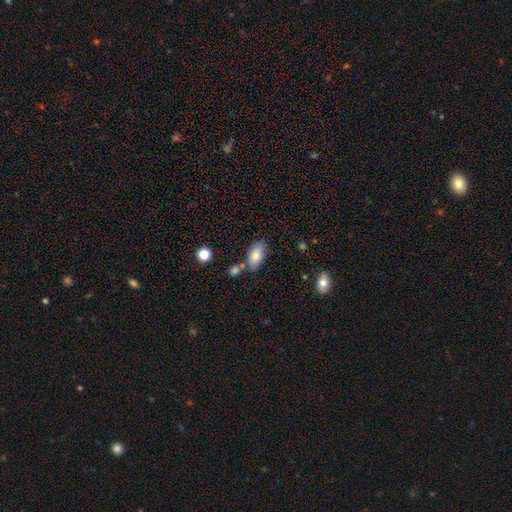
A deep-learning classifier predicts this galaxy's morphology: The model was most divided on "merging": none: 69%, minor disturbance: 15%, merger: 13%, major disturbance: 3%. More confident: how rounded — in between (92%); smooth or featured — smooth (80%).